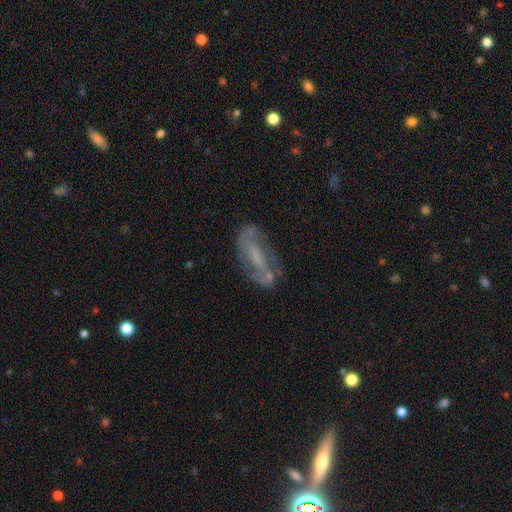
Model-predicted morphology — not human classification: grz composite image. It shows a featured or disk galaxy (68%) with a weak bar (38%), spiral arms (68%) and no central bulge (39%). Merging: none (64%).